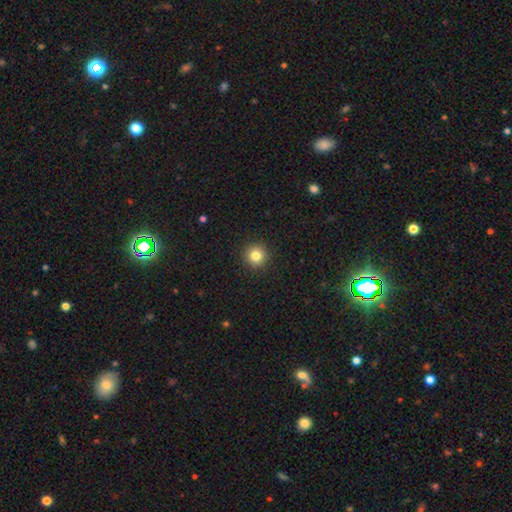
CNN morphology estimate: Q: Smooth or featured?
A: smooth (82%); runner-up: star or artifact (12%)
Q: How rounded?
A: round (95%); runner-up: in between (4%)
Q: Merging?
A: none (93%); runner-up: minor disturbance (5%)